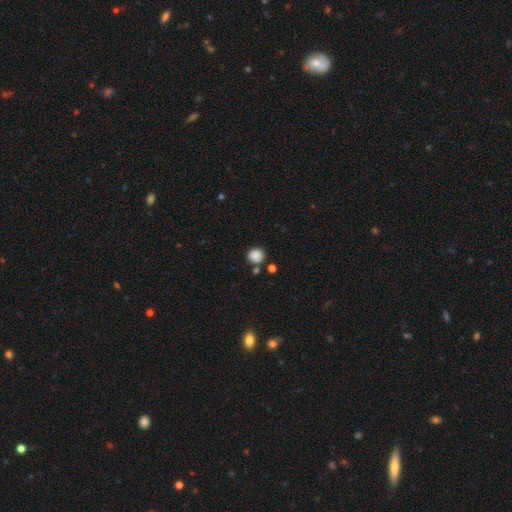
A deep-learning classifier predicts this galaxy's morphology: smooth-or-featured: smooth: 86% | star or artifact: 10% | featured or disk: 4%
  how-rounded: round: 89% | in between: 10% | cigar-shaped: 1%
  merging: none: 74% | minor disturbance: 11% | merger: 11% | major disturbance: 3%